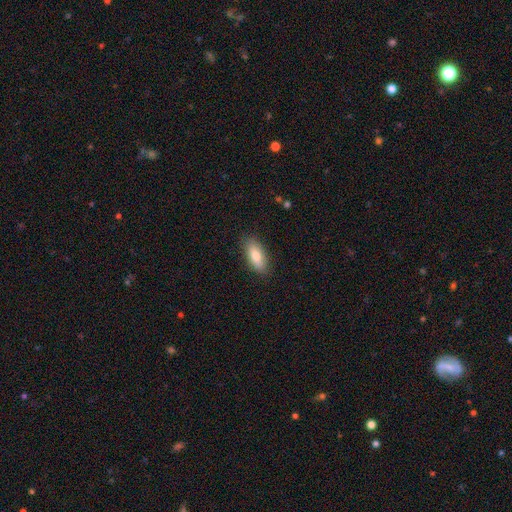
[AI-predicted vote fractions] Smooth or featured? Predicted: smooth (p=0.81). How rounded? Predicted: in between (p=0.80). Merging? Predicted: none (p=0.86).